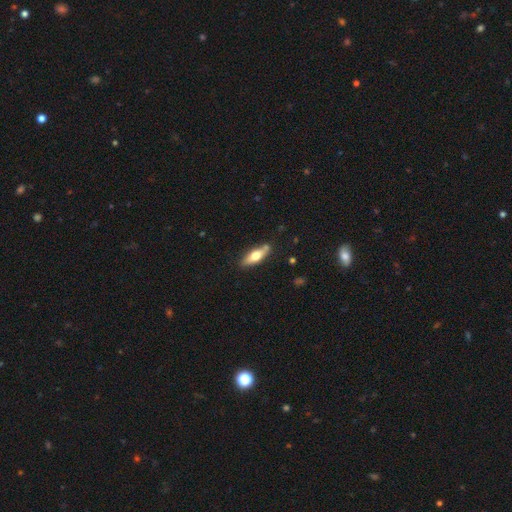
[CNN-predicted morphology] A smooth galaxy with no disk features (57%) that is in between round and cigar-shaped (52%).

Vote fractions:
- Smooth or featured? smooth: 57% / featured or disk: 37% / star or artifact: 6%
- How rounded? in between: 52% / cigar-shaped: 45% / round: 3%
- Merging? none: 80% / minor disturbance: 13% / merger: 4% / major disturbance: 3%